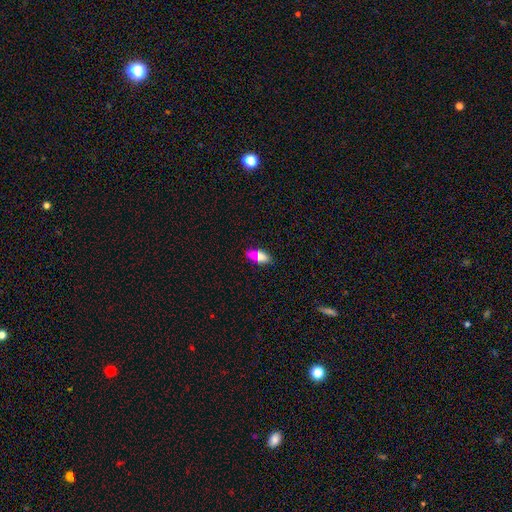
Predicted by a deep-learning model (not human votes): The model was most divided on "smooth or featured": smooth: 71%, featured or disk: 16%, star or artifact: 13%. More confident: how rounded — in between (78%); merging — none (75%).